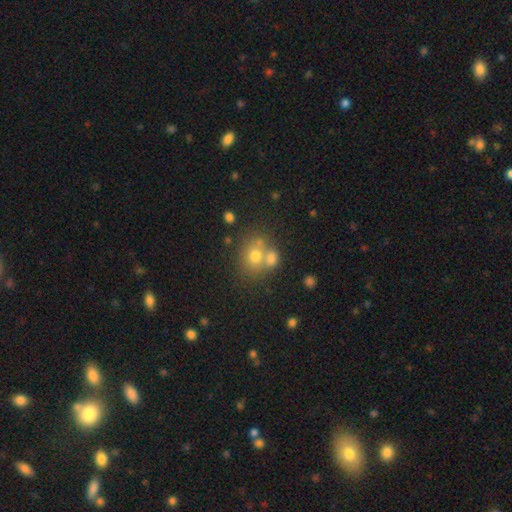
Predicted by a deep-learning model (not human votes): Smooth or featured? smooth (67%)
How rounded? round (69%)
Merging? none (45%)